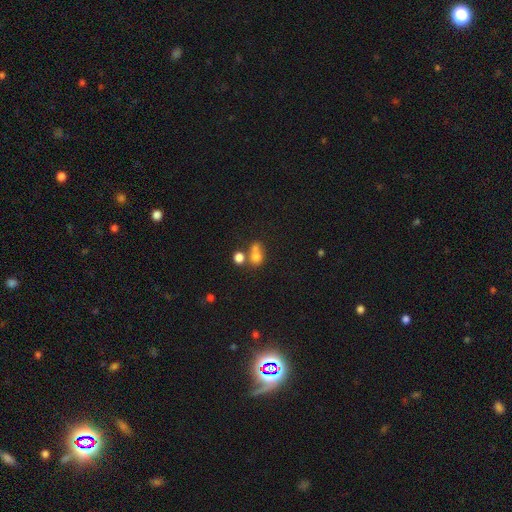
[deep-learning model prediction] smooth-or-featured: smooth: 73% | star or artifact: 14% | featured or disk: 13%
  how-rounded: round: 54% | in between: 44% | cigar-shaped: 2%
  merging: merger: 48% | none: 33% | minor disturbance: 11% | major disturbance: 8%